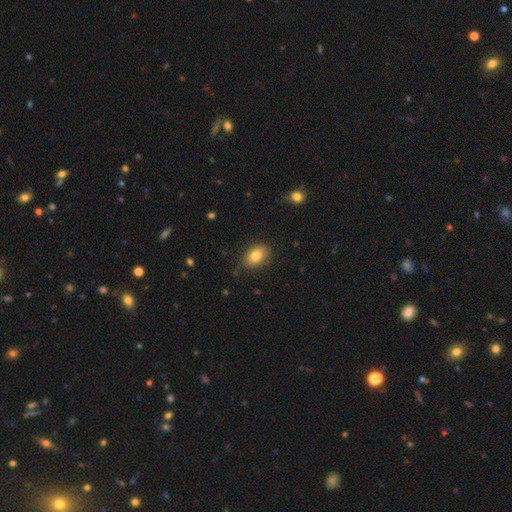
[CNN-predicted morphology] type=smooth (81%); roundness=in between (82%); merging=none (83%).